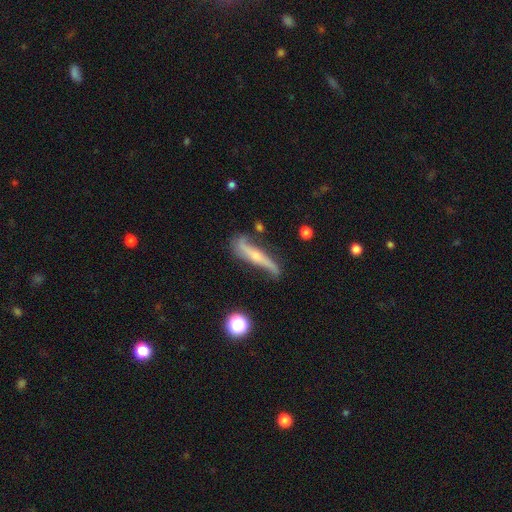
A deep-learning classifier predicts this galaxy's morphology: Smooth or featured? featured or disk (70%)
Edge-on disk? yes (59%)
Merging? none (57%)